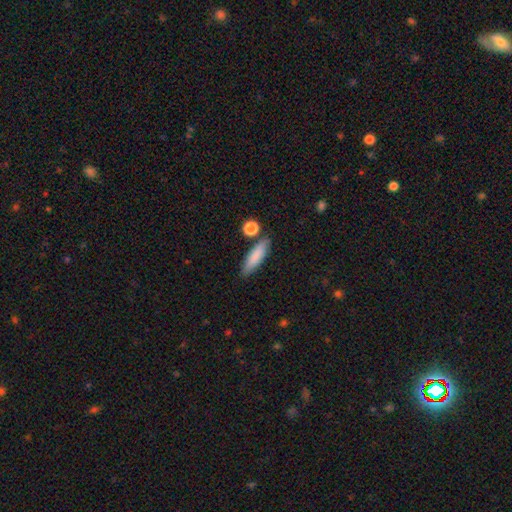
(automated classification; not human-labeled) The model was most divided on "how rounded": cigar-shaped: 61%, in between: 36%, round: 2%. More confident: smooth or featured — smooth (82%); merging — none (79%).